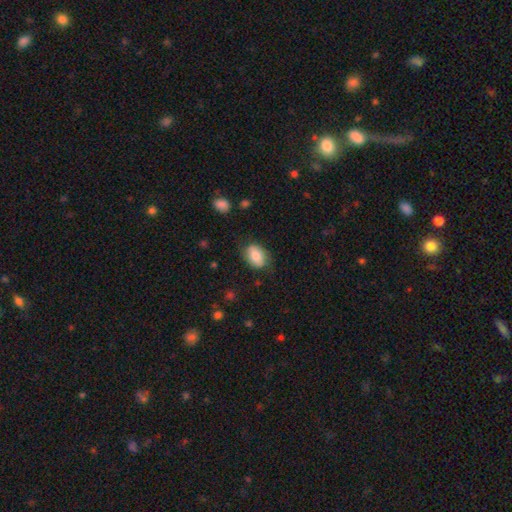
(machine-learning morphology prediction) Q: Smooth or featured?
A: smooth (80%); runner-up: featured or disk (13%)
Q: How rounded?
A: in between (83%); runner-up: round (16%)
Q: Merging?
A: none (74%); runner-up: minor disturbance (19%)